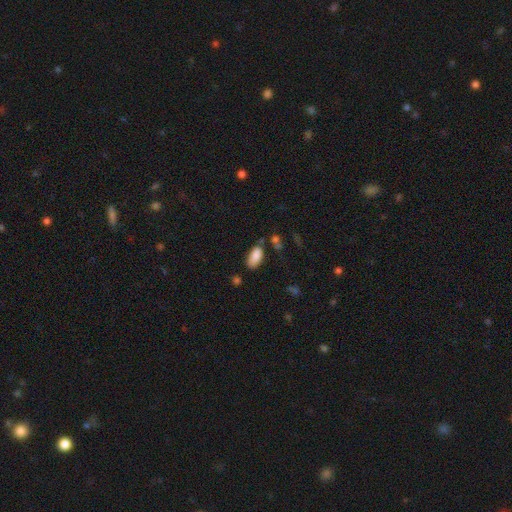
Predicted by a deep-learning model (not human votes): smooth_or_featured: smooth (p=0.87) [alt: star or artifact p=0.07]
how_rounded: in between (p=0.92) [alt: cigar-shaped p=0.06]
merging: none (p=0.67) [alt: minor disturbance p=0.22]